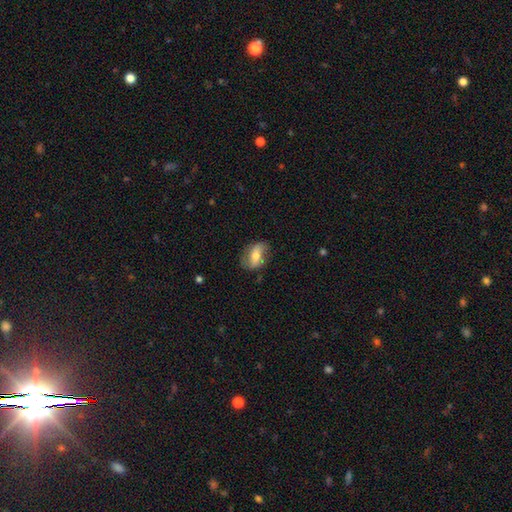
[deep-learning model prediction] A smooth galaxy with no disk features (47%).

Vote fractions:
- Smooth or featured? smooth: 47% / featured or disk: 45% / star or artifact: 7%
- Merging? none: 70% / minor disturbance: 21% / major disturbance: 7% / merger: 2%